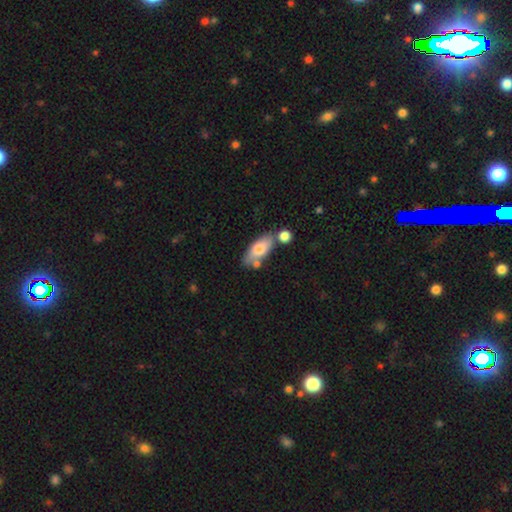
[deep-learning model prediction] smooth 68%, featured or disk 26%, star or artifact 6%. Down the decision tree: how rounded — in between (80%); merging — none (65%).